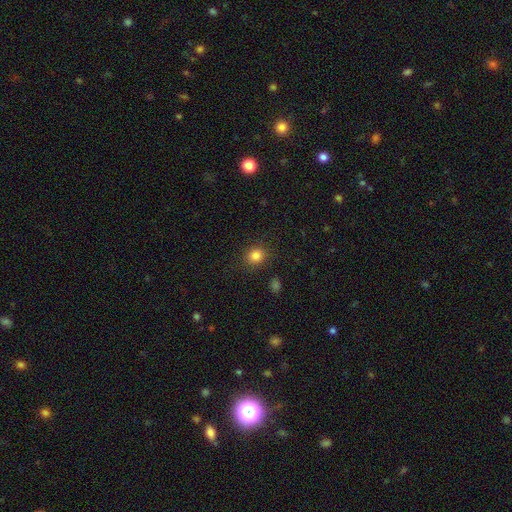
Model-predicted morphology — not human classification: The model was most divided on "how rounded": round: 80%, in between: 19%, cigar-shaped: 1%. More confident: merging — none (87%); smooth or featured — smooth (84%).